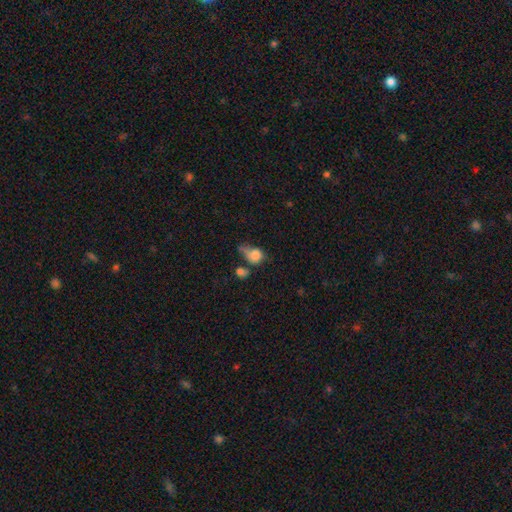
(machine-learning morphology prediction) Smooth or featured? Predicted: smooth (p=0.73). How rounded? Predicted: in between (p=0.51). Merging? Predicted: major disturbance (p=0.30).